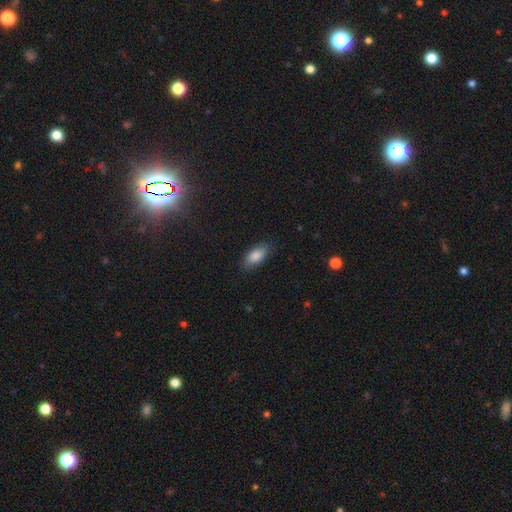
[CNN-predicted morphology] Smooth or featured?
  - smooth: 85% *
  - featured or disk: 8%
  - star or artifact: 7%
How rounded?
  - in between: 88% *
  - cigar-shaped: 9%
  - round: 3%
Merging?
  - none: 83% *
  - minor disturbance: 13%
  - major disturbance: 3%
  - merger: 1%